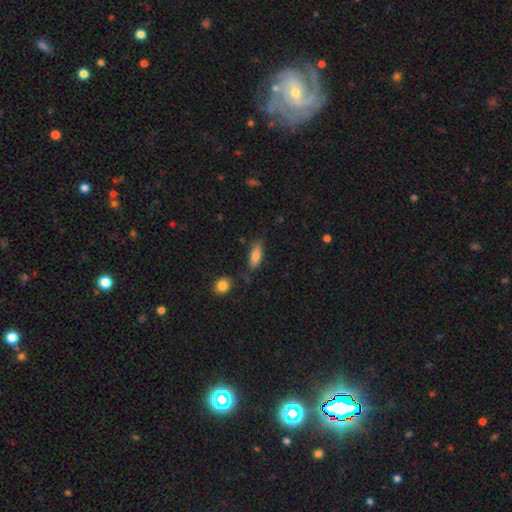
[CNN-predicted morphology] Smooth or featured?
  - smooth: 80% *
  - featured or disk: 13%
  - star or artifact: 7%
How rounded?
  - in between: 67% *
  - cigar-shaped: 30%
  - round: 2%
Merging?
  - none: 74% *
  - minor disturbance: 18%
  - merger: 5%
  - major disturbance: 4%